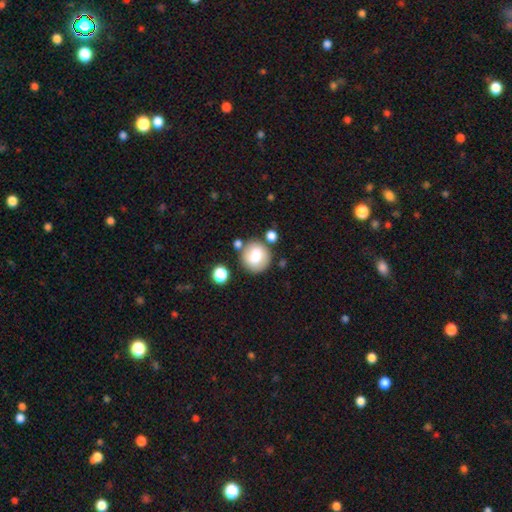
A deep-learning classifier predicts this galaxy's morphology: A smooth galaxy with no disk features (72%) that is round (89%).

Vote fractions:
- Smooth or featured? smooth: 72% / featured or disk: 19% / star or artifact: 9%
- How rounded? round: 89% / in between: 10% / cigar-shaped: 1%
- Merging? none: 76% / minor disturbance: 12% / merger: 9% / major disturbance: 4%